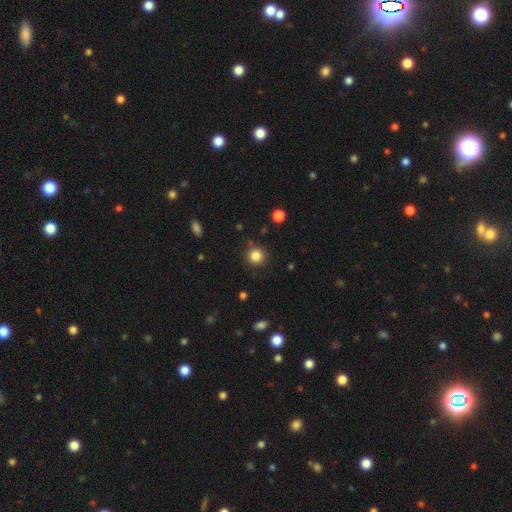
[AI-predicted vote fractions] smooth 84%, star or artifact 12%, featured or disk 4%. Down the decision tree: how rounded — round (93%); merging — none (87%).